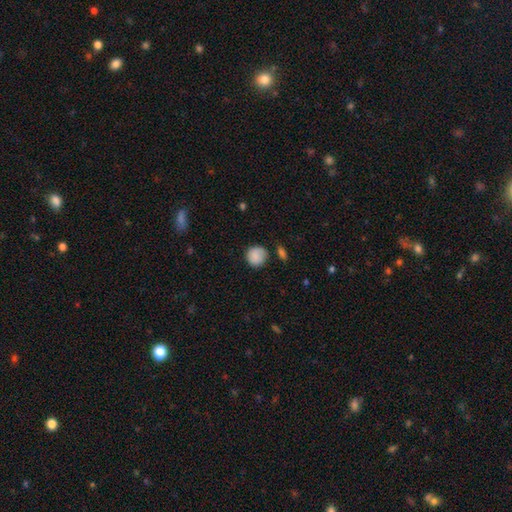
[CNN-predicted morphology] The model was most divided on "merging": none: 76%, minor disturbance: 17%, major disturbance: 4%, merger: 3%. More confident: how rounded — round (90%); smooth or featured — smooth (87%).